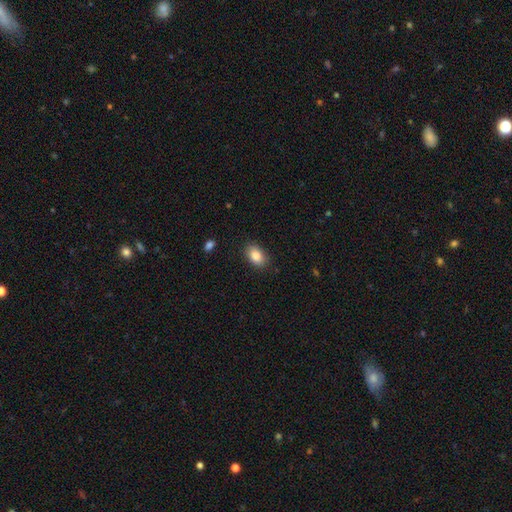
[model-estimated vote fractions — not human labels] Q: Smooth or featured?
A: smooth (86%); runner-up: star or artifact (8%)
Q: How rounded?
A: in between (86%); runner-up: round (13%)
Q: Merging?
A: none (86%); runner-up: minor disturbance (10%)